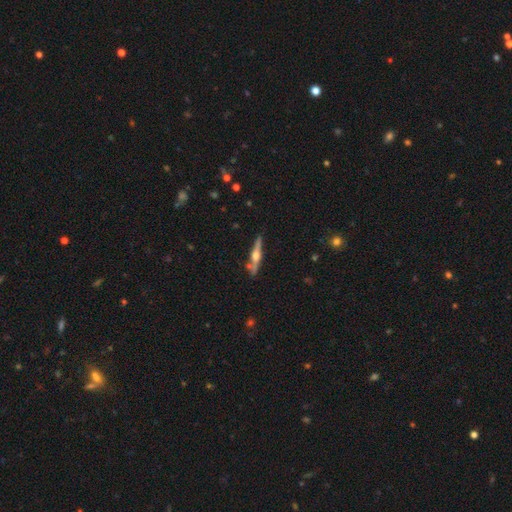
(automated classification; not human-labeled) featured or disk 71%, smooth 24%, star or artifact 6%. Down the decision tree: edge-on disk — yes (97%); edge-on bulge — rounded (94%); merging — none (80%).